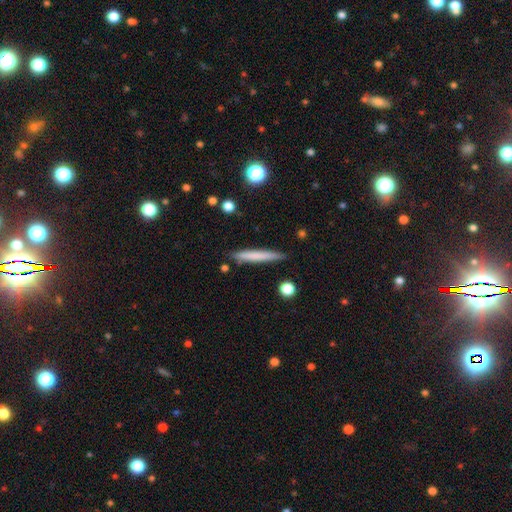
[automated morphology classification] This appears to be a smooth galaxy with no disk features (69%) that is cigar-shaped (95%). Merging: none (88%).